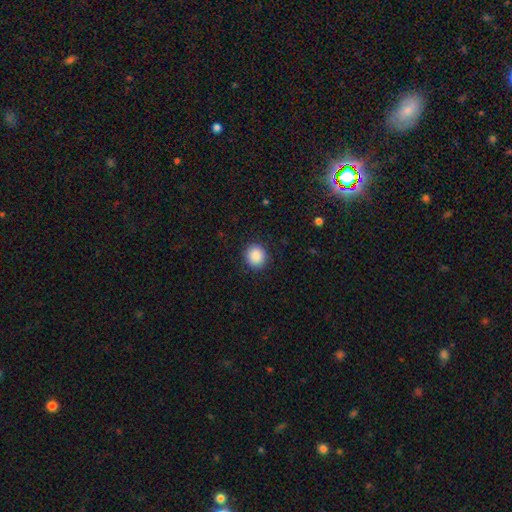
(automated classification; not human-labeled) Overall: smooth (89%). How rounded: round (87%). Merging: none (90%).